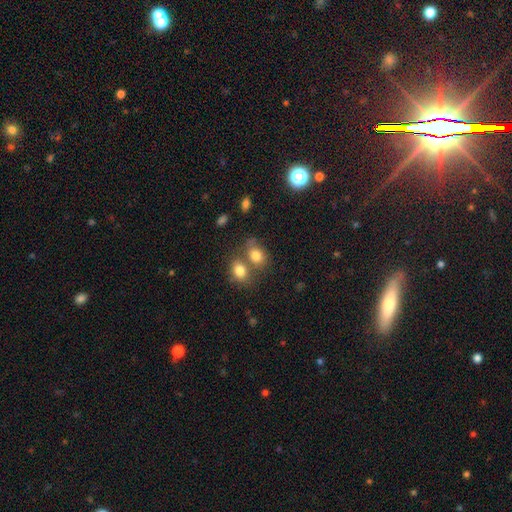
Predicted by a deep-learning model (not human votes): smooth 80%, star or artifact 10%, featured or disk 9%. Down the decision tree: how rounded — in between (55%); merging — merger (43%).